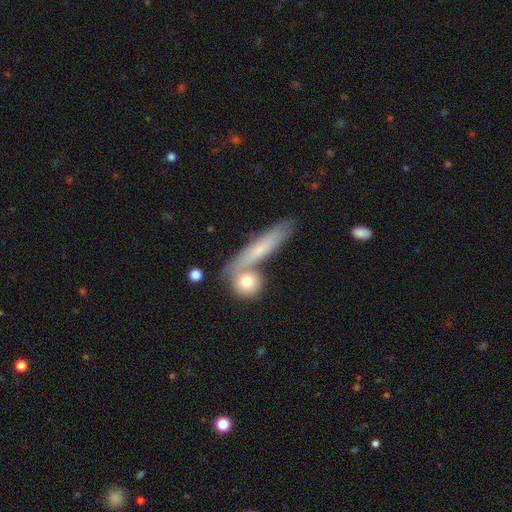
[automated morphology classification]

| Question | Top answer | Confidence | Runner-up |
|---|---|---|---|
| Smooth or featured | smooth | 51% | featured or disk (38%) |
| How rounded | cigar-shaped | 70% | in between (16%) |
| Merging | none | 61% | merger (23%) |